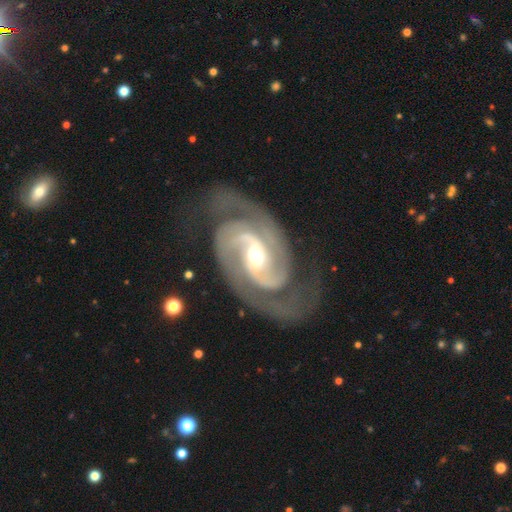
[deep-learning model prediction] A featured or disk galaxy (94%) with a weak bar (40%), 2 (88%) medium (49%) spiral arms (99%) and a moderate central bulge (66%).

Vote fractions:
- Smooth or featured? featured or disk: 94% / star or artifact: 4% / smooth: 3%
- Edge-on disk? no: 97% / yes: 3%
- Bar? weak: 40% / strong: 34% / no: 26%
- Spiral arms? yes: 99% / no: 1%
- Spiral winding? medium: 49% / tight: 43% / loose: 8%
- Spiral arm count? 2: 88% / 3: 5% / can't tell: 3% / 1: 2% / 4: 2% / more than 4: 1%
- Bulge size? moderate: 66% / small: 26% / large: 5% / dominant: 1% / none: 1%
- Merging? none: 71% / minor disturbance: 16% / major disturbance: 11% / merger: 2%